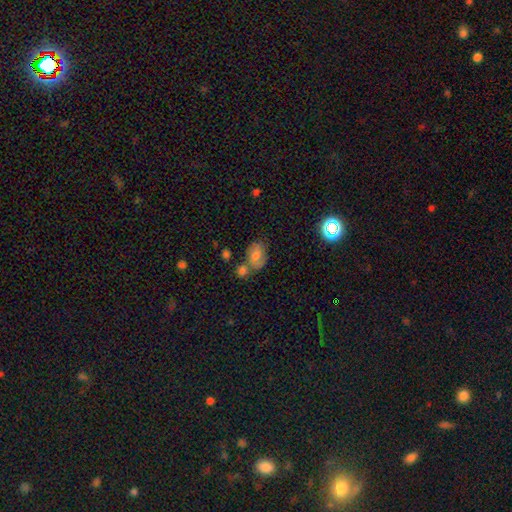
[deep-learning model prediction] The model was most divided on "merging": none: 49%, merger: 26%, minor disturbance: 18%, major disturbance: 8%. More confident: how rounded — in between (74%); smooth or featured — smooth (54%).